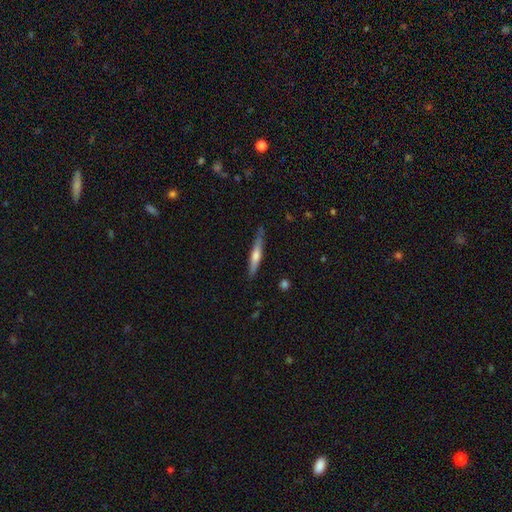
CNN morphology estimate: The model was most divided on "smooth or featured": featured or disk: 50%, smooth: 44%, star or artifact: 6%. More confident: edge-on disk — yes (95%); merging — none (80%).